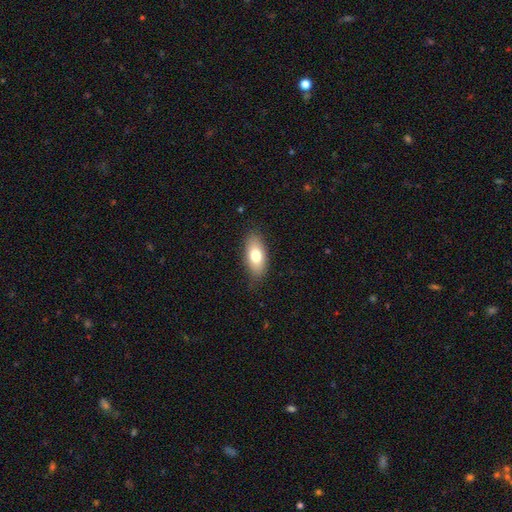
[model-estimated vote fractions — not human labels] The model was most divided on "smooth or featured": smooth: 75%, featured or disk: 18%, star or artifact: 7%. More confident: how rounded — in between (87%); merging — none (83%).